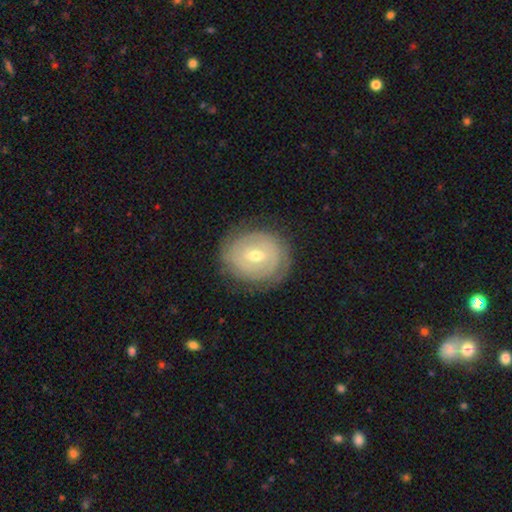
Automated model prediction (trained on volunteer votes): A featured or disk galaxy (72%) with a weak bar (49%), tight (80%) spiral arms (81%) and a moderate central bulge (61%). Merging: none (80%).